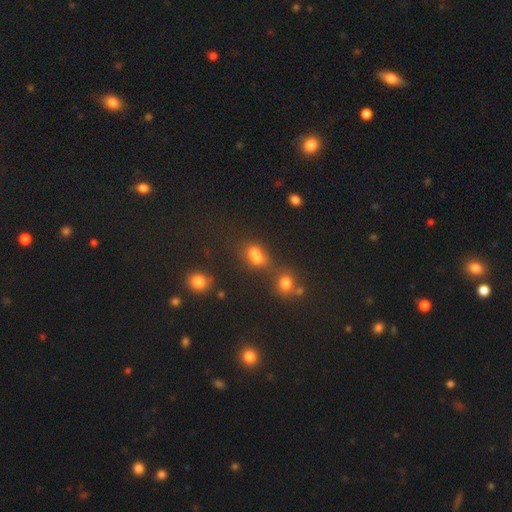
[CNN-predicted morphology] Smooth or featured: smooth — 60% (star or artifact — 27%)
How rounded: round — 57% (in between — 40%)
Merging: merger — 47% (none — 39%)